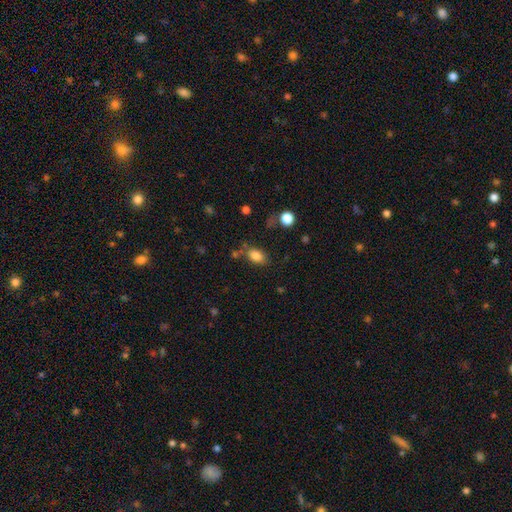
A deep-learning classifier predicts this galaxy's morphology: A smooth galaxy with no disk features (83%) that is in between round and cigar-shaped (86%).

Vote fractions:
- Smooth or featured? smooth: 83% / star or artifact: 10% / featured or disk: 7%
- How rounded? in between: 86% / round: 11% / cigar-shaped: 2%
- Merging? none: 70% / minor disturbance: 16% / merger: 8% / major disturbance: 6%